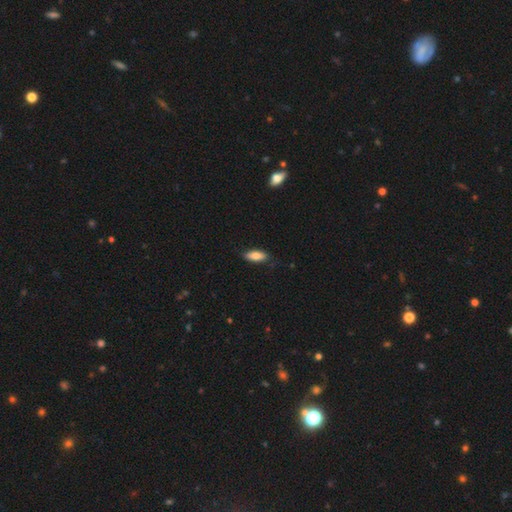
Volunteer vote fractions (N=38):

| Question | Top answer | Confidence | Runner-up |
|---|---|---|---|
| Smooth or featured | smooth | 82% | star or artifact (11%) |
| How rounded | in between | 87% | cigar-shaped (10%) |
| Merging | none | 85% | minor disturbance (12%) |